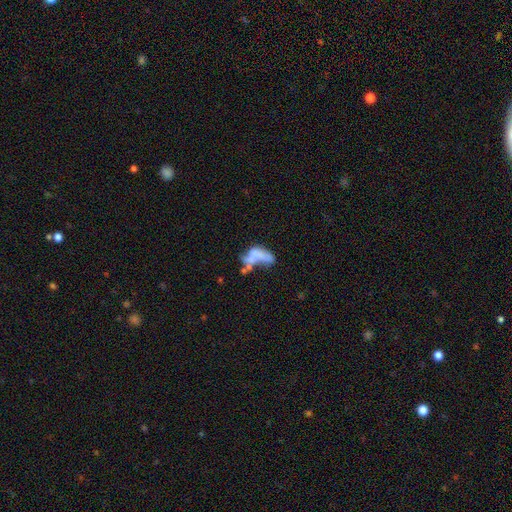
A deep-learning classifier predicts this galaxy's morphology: Q: Smooth or featured?
A: smooth (44%); runner-up: featured or disk (43%)
Q: Merging?
A: merger (42%); runner-up: major disturbance (30%)